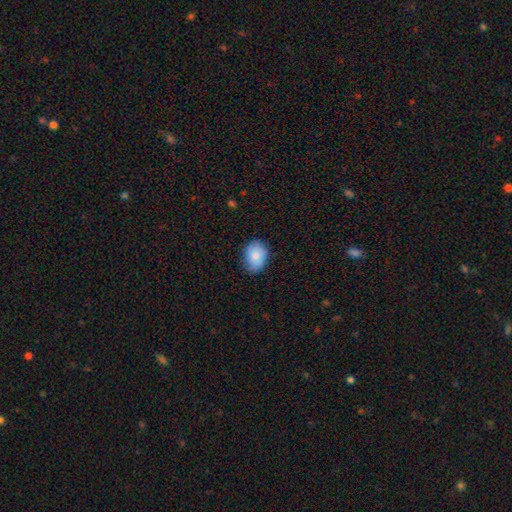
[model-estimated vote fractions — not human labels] Smooth or featured: smooth — 83% (featured or disk — 10%)
How rounded: in between — 67% (round — 32%)
Merging: none — 75% (minor disturbance — 21%)